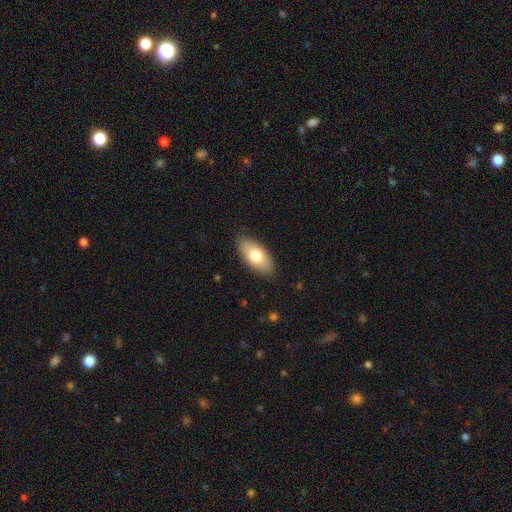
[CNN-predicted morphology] Smooth or featured: smooth — 73% (featured or disk — 21%)
How rounded: in between — 91% (cigar-shaped — 7%)
Merging: none — 86% (minor disturbance — 10%)